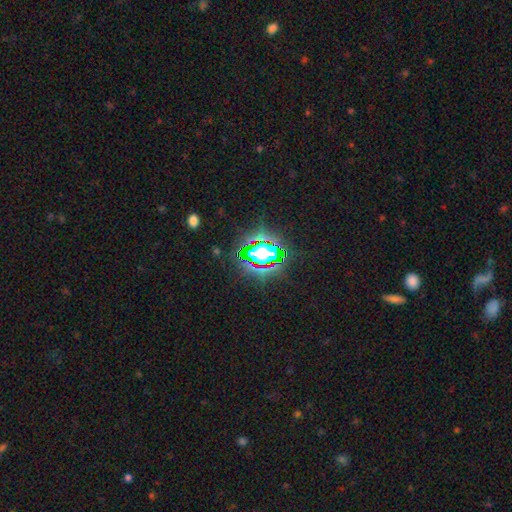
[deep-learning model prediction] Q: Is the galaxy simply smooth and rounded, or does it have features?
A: star or artifact — 79%.